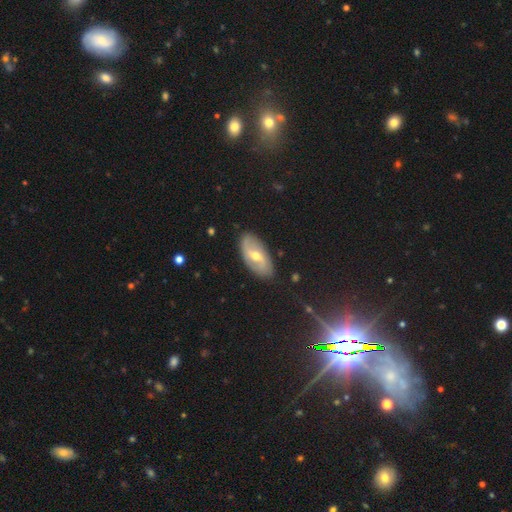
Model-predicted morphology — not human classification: A featured or disk galaxy (65%) with a weak bar (50%), spiral arms (75%) and a moderate central bulge (66%).

Vote fractions:
- Smooth or featured? featured or disk: 65% / smooth: 28% / star or artifact: 7%
- Edge-on disk? no: 90% / yes: 10%
- Bar? weak: 50% / no: 30% / strong: 19%
- Spiral arms? yes: 75% / no: 25%
- Bulge size? moderate: 66% / small: 29% / large: 3% / none: 1% / dominant: 1%
- Merging? none: 85% / minor disturbance: 11% / major disturbance: 3% / merger: 1%